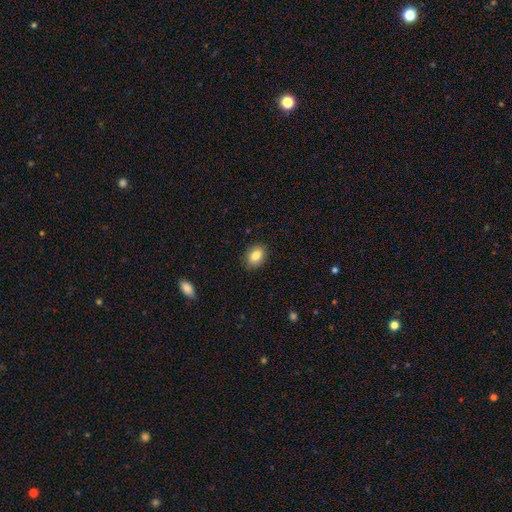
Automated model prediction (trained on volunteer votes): Overall: smooth (84%). How rounded: in between (71%). Merging: none (88%).